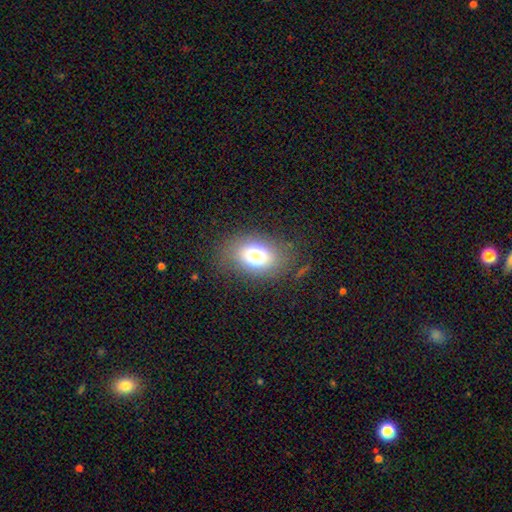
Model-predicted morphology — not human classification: A smooth galaxy with no disk features (73%) that is in between round and cigar-shaped (75%).

Vote fractions:
- Smooth or featured? smooth: 73% / featured or disk: 15% / star or artifact: 13%
- How rounded? in between: 75% / round: 23% / cigar-shaped: 1%
- Merging? none: 78% / minor disturbance: 13% / major disturbance: 7% / merger: 1%